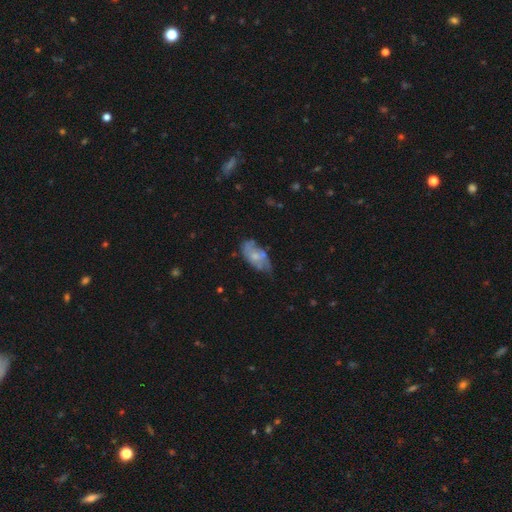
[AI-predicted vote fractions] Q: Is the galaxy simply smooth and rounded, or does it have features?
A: featured or disk — 47%.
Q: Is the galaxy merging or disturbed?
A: none — 41%.